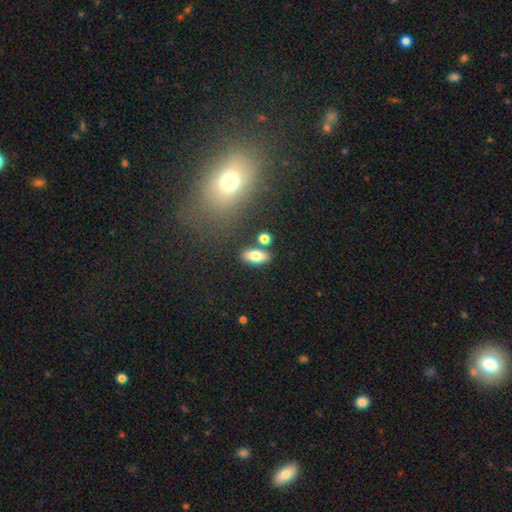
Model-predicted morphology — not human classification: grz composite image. It shows a smooth galaxy with no disk features (78%) that is in between round and cigar-shaped (84%). Merging: none (78%).